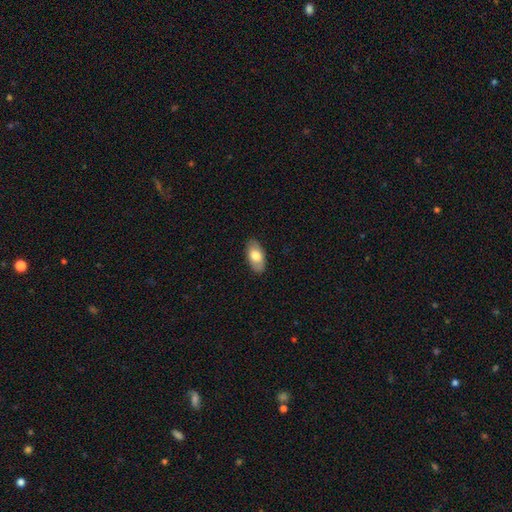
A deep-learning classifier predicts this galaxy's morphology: smooth 74%, featured or disk 20%, star or artifact 6%. Down the decision tree: how rounded — in between (94%); merging — none (87%).